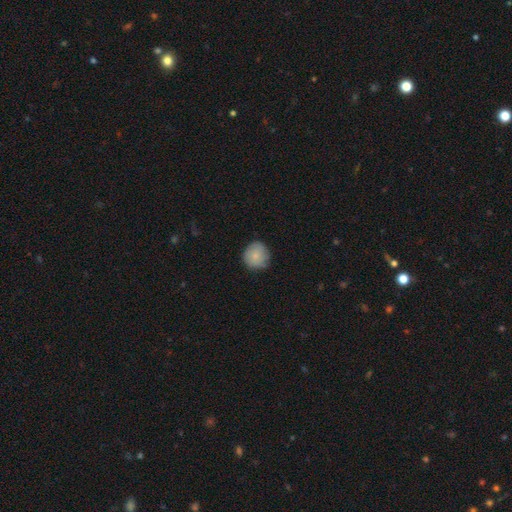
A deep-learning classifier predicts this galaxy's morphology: smooth 82%, featured or disk 11%, star or artifact 7%. Down the decision tree: how rounded — round (89%); merging — none (81%).